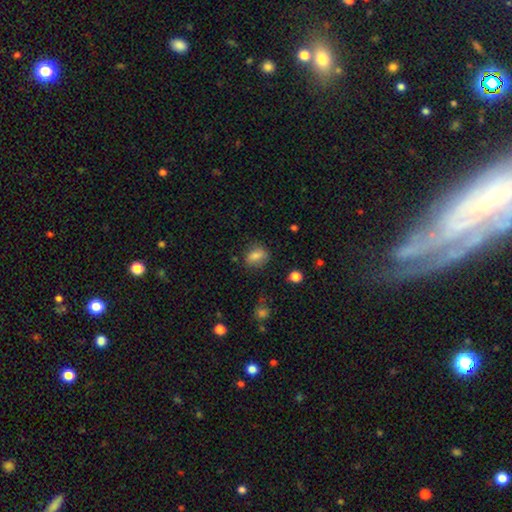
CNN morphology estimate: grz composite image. It shows a smooth galaxy with no disk features (80%) that is in between round and cigar-shaped (70%). Merging: none (74%).